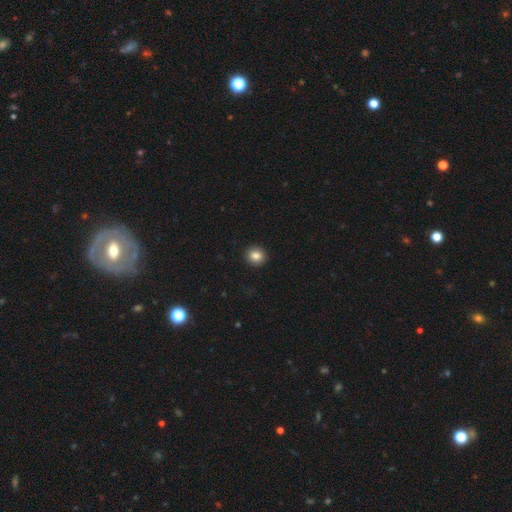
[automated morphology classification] Smooth or featured: smooth — 85% (star or artifact — 10%)
How rounded: round — 83% (in between — 17%)
Merging: none — 92% (minor disturbance — 5%)